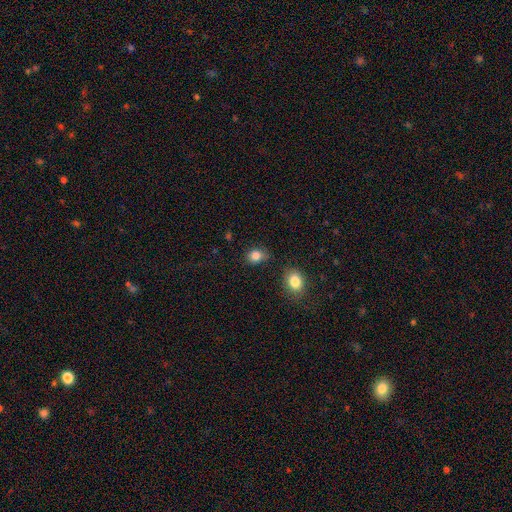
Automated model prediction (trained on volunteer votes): A smooth galaxy with no disk features (84%) that is round (55%).

Vote fractions:
- Smooth or featured? smooth: 84% / star or artifact: 11% / featured or disk: 5%
- How rounded? round: 55% / in between: 44% / cigar-shaped: 1%
- Merging? none: 71% / minor disturbance: 20% / major disturbance: 4% / merger: 4%